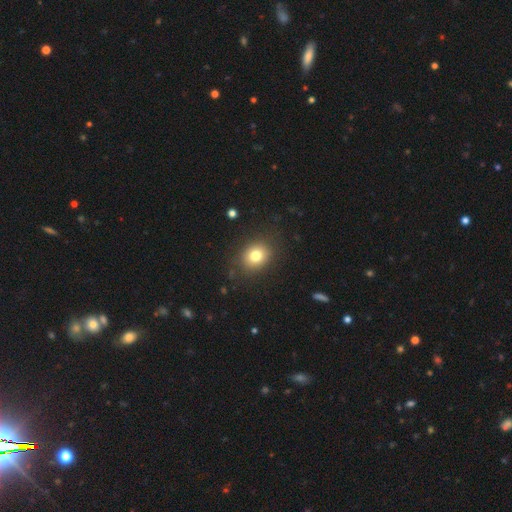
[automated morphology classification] Smooth or featured?
  - smooth: 78% *
  - star or artifact: 11%
  - featured or disk: 10%
How rounded?
  - round: 56% *
  - in between: 43%
  - cigar-shaped: 1%
Merging?
  - none: 84% *
  - minor disturbance: 10%
  - major disturbance: 4%
  - merger: 1%